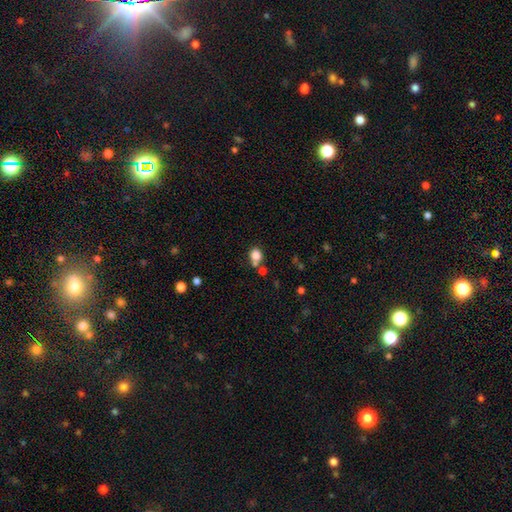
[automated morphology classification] Smooth or featured: smooth — 82% (star or artifact — 11%)
How rounded: round — 64% (in between — 35%)
Merging: none — 57% (merger — 27%)